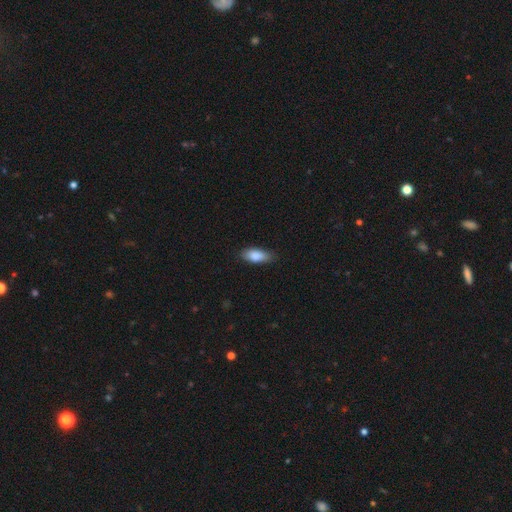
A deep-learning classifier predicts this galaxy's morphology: This is clearly a smooth galaxy (86%). How rounded: clearly in between (81%). Merging: likely none (79%).